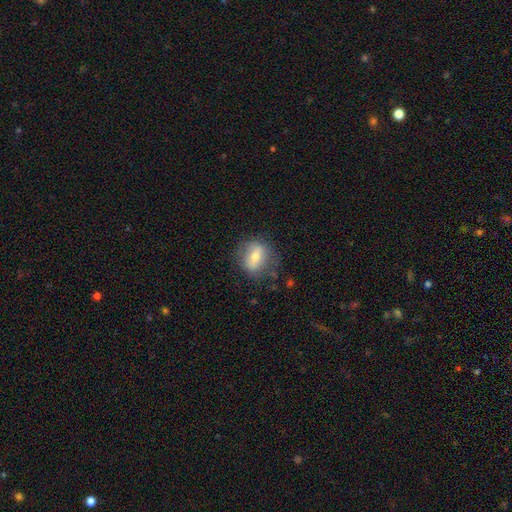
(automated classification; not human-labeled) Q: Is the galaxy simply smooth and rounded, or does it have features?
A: smooth — 55%.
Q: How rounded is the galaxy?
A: round — 57%.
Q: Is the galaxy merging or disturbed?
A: none — 74%.